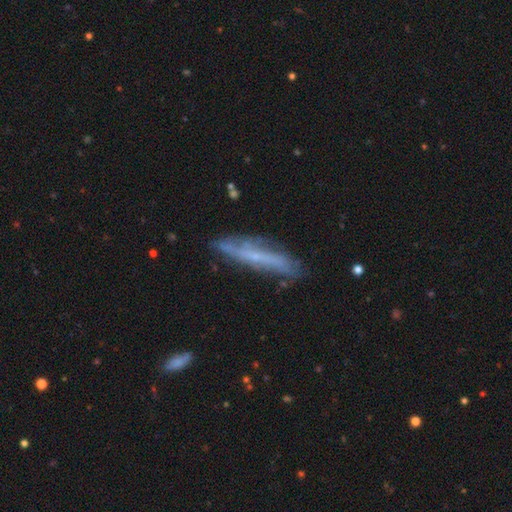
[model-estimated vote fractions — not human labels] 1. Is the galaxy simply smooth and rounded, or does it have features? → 64% featured or disk, 29% smooth, 8% star or artifact.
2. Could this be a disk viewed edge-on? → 58% yes, 42% no.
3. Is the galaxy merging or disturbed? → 72% none, 20% minor disturbance, 5% major disturbance, 3% merger.